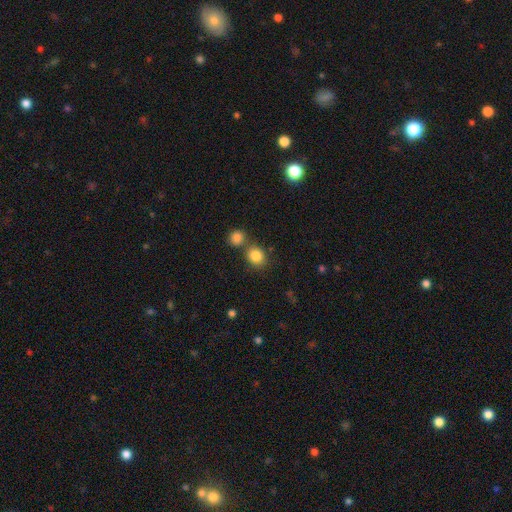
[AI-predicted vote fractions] Overall: smooth (84%). How rounded: round (71%). Merging: none (59%; merger 29%).